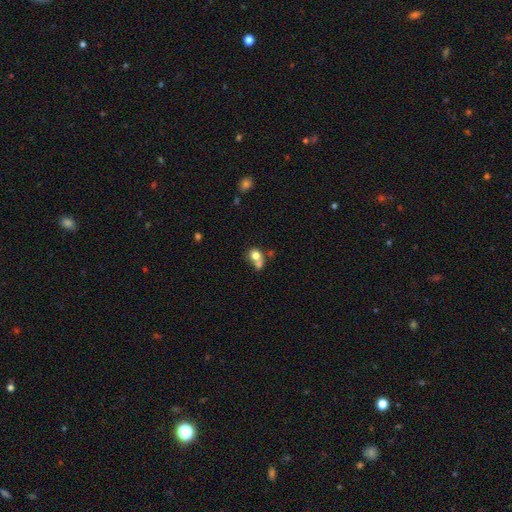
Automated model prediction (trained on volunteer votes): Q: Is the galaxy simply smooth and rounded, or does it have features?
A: smooth — 74%.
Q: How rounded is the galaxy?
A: round — 71%.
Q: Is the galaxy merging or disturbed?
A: merger — 55%.